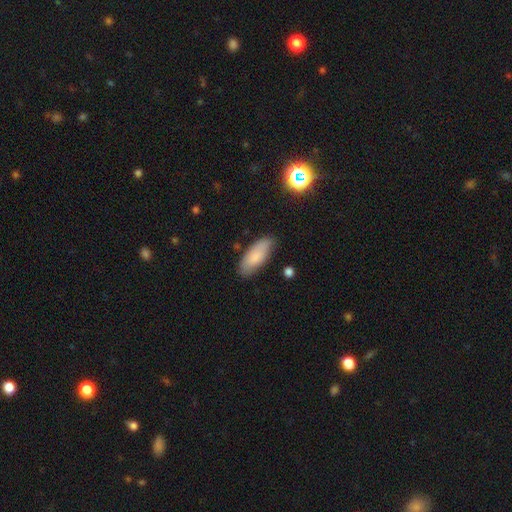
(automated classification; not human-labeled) A smooth galaxy with no disk features (82%) that is in between round and cigar-shaped (79%).

Vote fractions:
- Smooth or featured? smooth: 82% / featured or disk: 11% / star or artifact: 7%
- How rounded? in between: 79% / cigar-shaped: 19% / round: 2%
- Merging? none: 79% / minor disturbance: 16% / major disturbance: 3% / merger: 2%